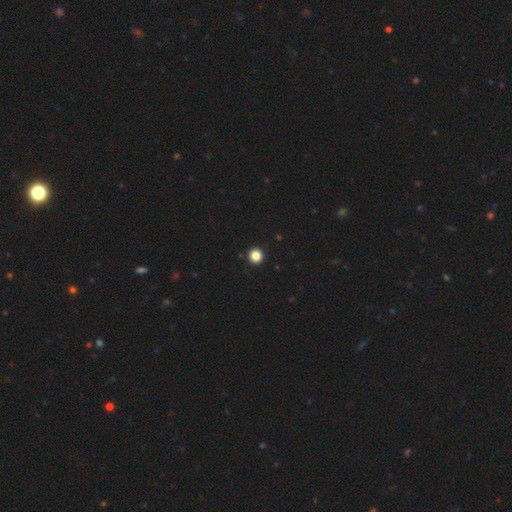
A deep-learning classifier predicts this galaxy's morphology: Overall: smooth (86%). How rounded: round (94%). Merging: none (94%).